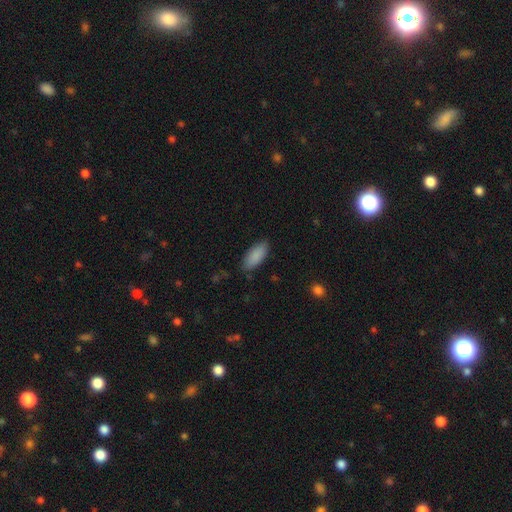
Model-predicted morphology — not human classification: Smooth or featured?
  - smooth: 89% *
  - star or artifact: 6%
  - featured or disk: 5%
How rounded?
  - in between: 87% *
  - cigar-shaped: 11%
  - round: 2%
Merging?
  - none: 83% *
  - minor disturbance: 13%
  - major disturbance: 2%
  - merger: 1%